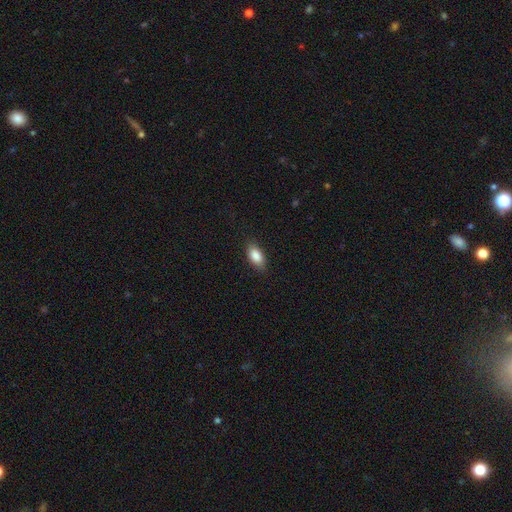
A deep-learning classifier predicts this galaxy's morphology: smooth 87%, star or artifact 7%, featured or disk 6%. Down the decision tree: how rounded — in between (90%); merging — none (83%).